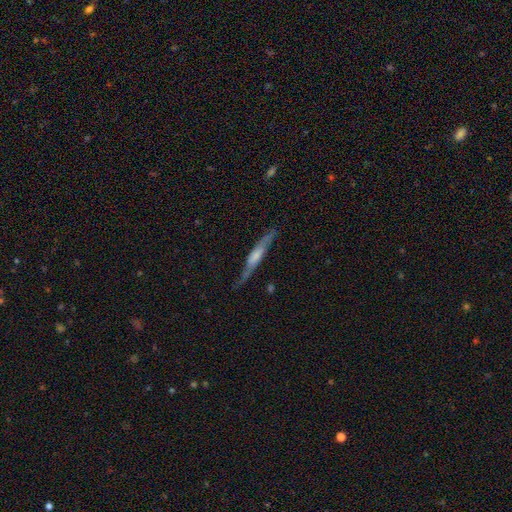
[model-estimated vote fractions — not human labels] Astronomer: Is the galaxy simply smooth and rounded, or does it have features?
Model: featured or disk — 60%.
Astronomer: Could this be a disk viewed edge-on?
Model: yes — 79%.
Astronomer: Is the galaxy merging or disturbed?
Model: none — 68%.